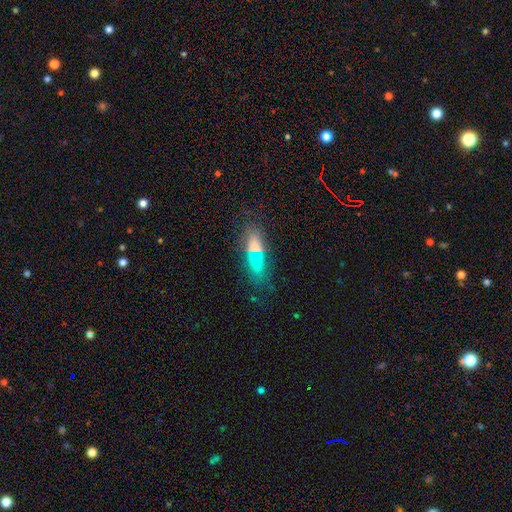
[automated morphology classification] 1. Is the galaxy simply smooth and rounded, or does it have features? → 60% smooth, 23% featured or disk, 17% star or artifact.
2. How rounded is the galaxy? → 57% in between, 37% cigar-shaped, 6% round.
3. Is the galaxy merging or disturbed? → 70% none, 16% minor disturbance, 7% major disturbance, 6% merger.